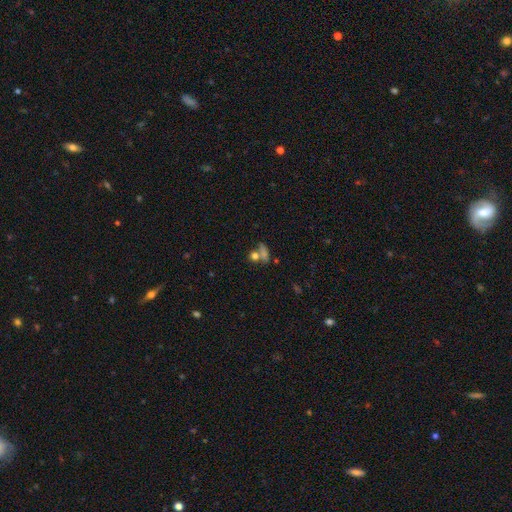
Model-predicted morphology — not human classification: Smooth or featured? Predicted: smooth (p=0.69). How rounded? Predicted: round (p=0.59). Merging? Predicted: none (p=0.44).